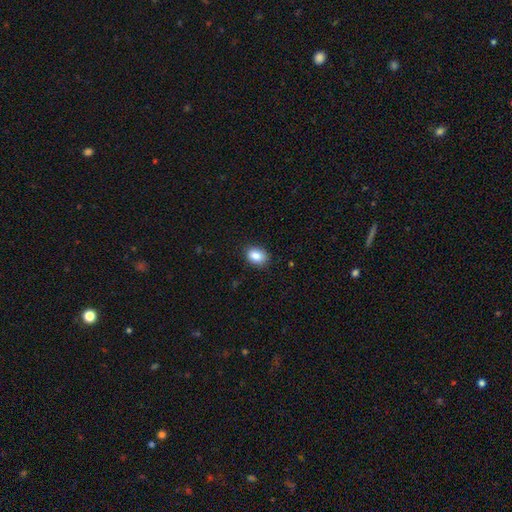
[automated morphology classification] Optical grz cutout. It shows a smooth galaxy with no disk features (87%) that is in between round and cigar-shaped (73%). Merging: none (87%).